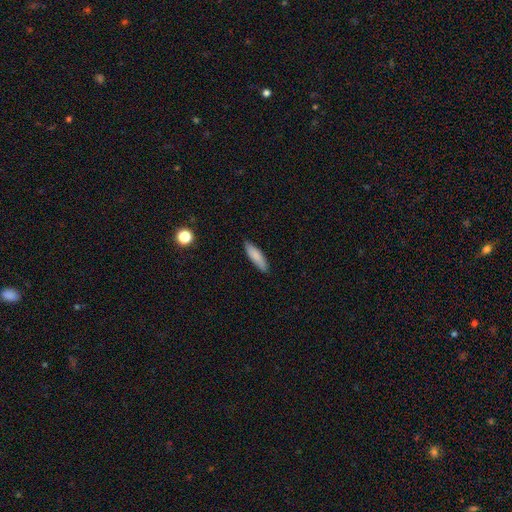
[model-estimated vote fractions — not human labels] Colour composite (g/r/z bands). It shows a smooth galaxy with no disk features (84%) that is cigar-shaped (60%). Merging: none (85%).